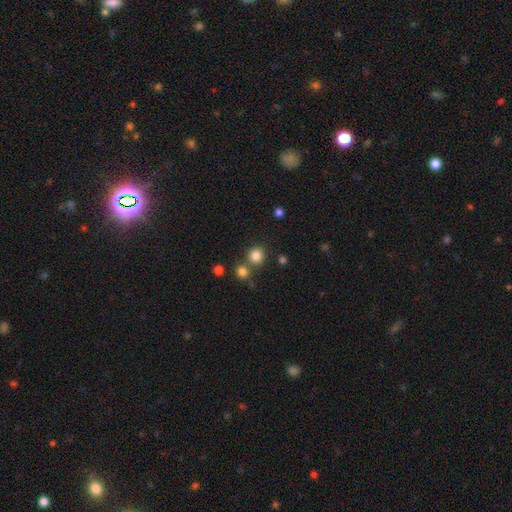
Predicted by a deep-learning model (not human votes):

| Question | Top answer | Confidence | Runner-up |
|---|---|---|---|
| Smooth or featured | smooth | 83% | star or artifact (13%) |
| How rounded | round | 92% | in between (7%) |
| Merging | none | 74% | merger (16%) |